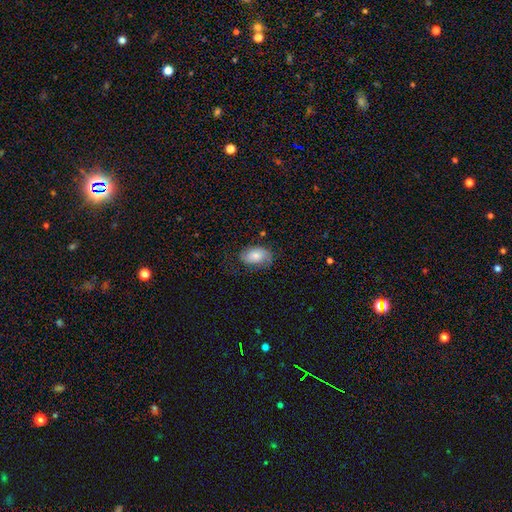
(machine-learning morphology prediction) smooth 64%, featured or disk 29%, star or artifact 8%. Down the decision tree: how rounded — in between (87%); merging — none (62%).